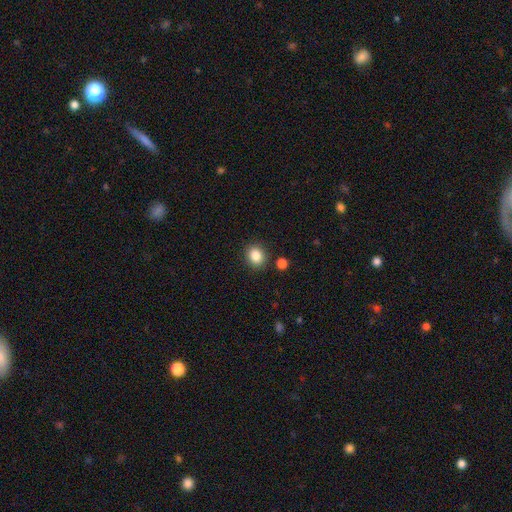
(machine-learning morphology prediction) A smooth galaxy with no disk features (85%) that is round (61%). Merging: none (86%).